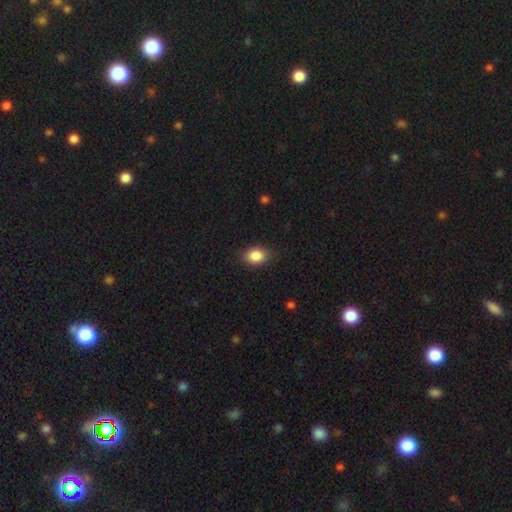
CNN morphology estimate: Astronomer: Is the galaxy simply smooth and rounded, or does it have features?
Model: smooth — 87%.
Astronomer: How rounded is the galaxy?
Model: in between — 70%.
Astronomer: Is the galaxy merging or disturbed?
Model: none — 85%.